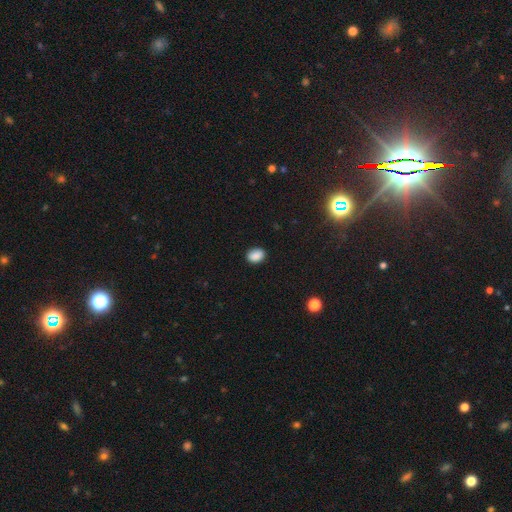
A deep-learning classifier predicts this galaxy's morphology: Smooth or featured? smooth (89%)
How rounded? in between (68%)
Merging? none (87%)